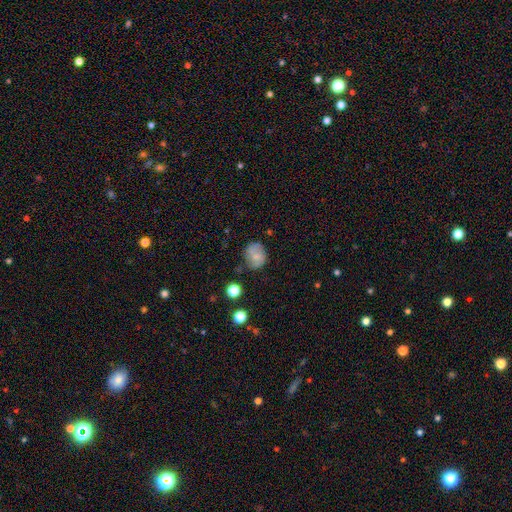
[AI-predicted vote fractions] smooth_or_featured: smooth (p=0.60) [alt: featured or disk p=0.30]
how_rounded: round (p=0.64) [alt: in between p=0.35]
merging: none (p=0.65) [alt: minor disturbance p=0.24]